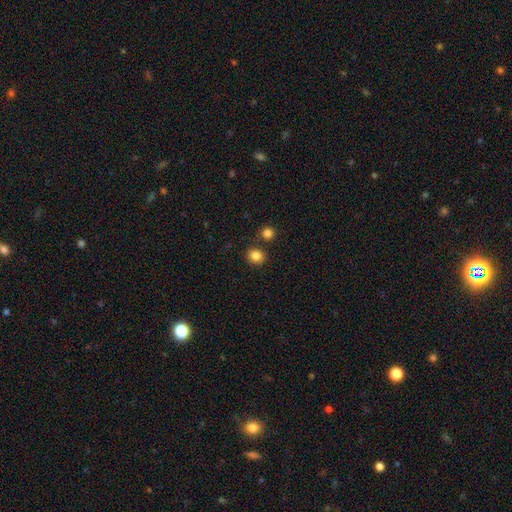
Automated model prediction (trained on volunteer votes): This appears to be a smooth galaxy with no disk features (84%) that is round (81%). Merging: none (81%).